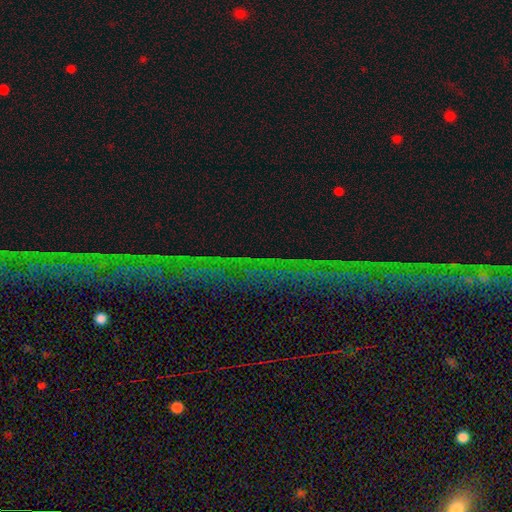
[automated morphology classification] The model was most divided on "smooth or featured": star or artifact: 78%, featured or disk: 12%, smooth: 10%.